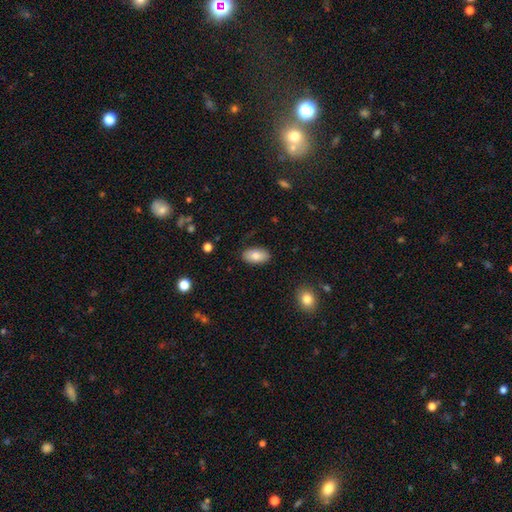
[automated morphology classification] This is clearly a smooth galaxy (82%). How rounded: clearly in between (94%). Merging: clearly none (85%).